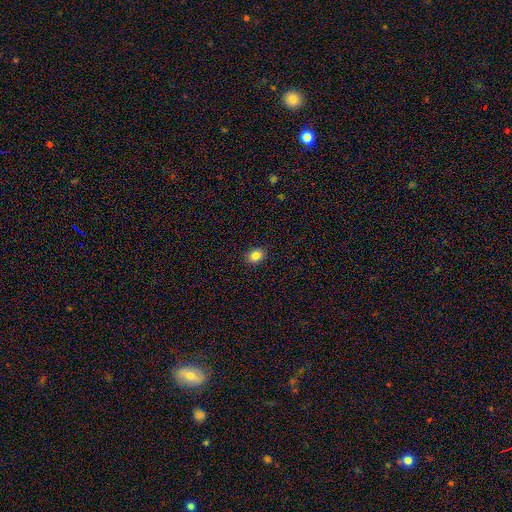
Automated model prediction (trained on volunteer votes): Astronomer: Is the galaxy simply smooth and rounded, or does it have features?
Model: smooth — 85%.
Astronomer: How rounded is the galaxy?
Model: in between — 55% (runner-up: round, 44%).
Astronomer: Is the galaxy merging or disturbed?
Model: none — 90%.